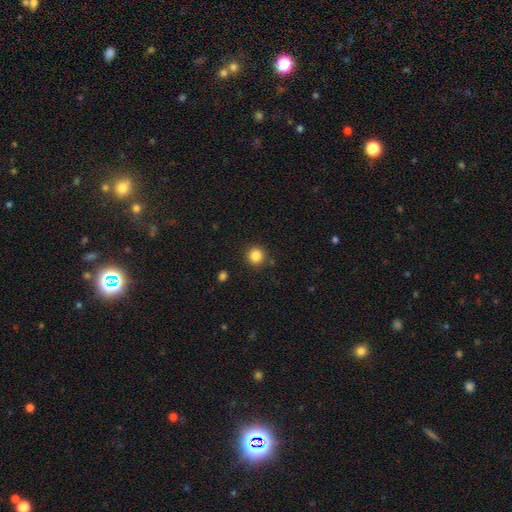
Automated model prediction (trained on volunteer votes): Morphology: type=smooth (86%); roundness=round (93%); merging=none (88%).